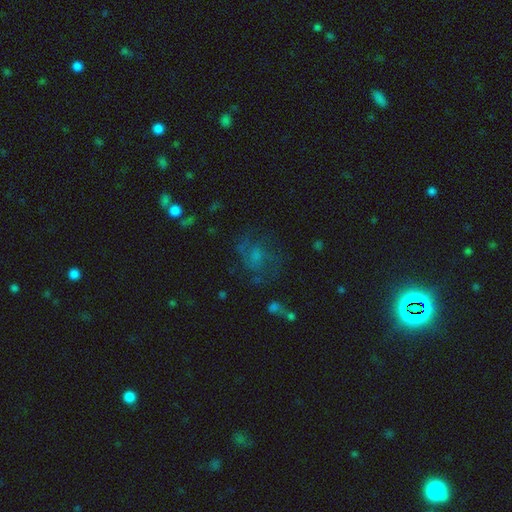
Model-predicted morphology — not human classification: Q: Smooth or featured?
A: featured or disk (47%); runner-up: smooth (32%)
Q: Merging?
A: none (53%); runner-up: major disturbance (25%)